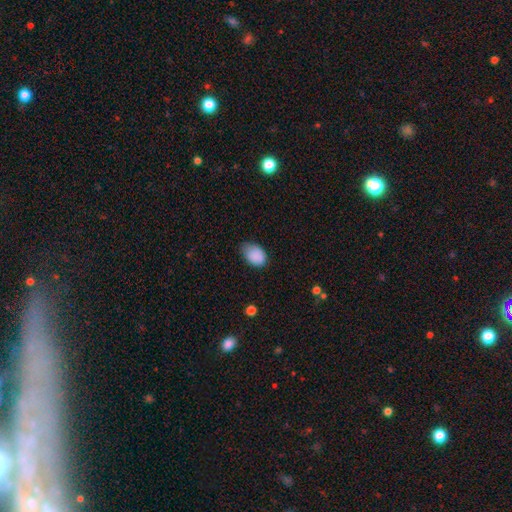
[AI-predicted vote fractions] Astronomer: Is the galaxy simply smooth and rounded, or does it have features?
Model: smooth — 88%.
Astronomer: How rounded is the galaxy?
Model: in between — 84%.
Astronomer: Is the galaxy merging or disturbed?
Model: none — 54% (runner-up: minor disturbance, 37%).